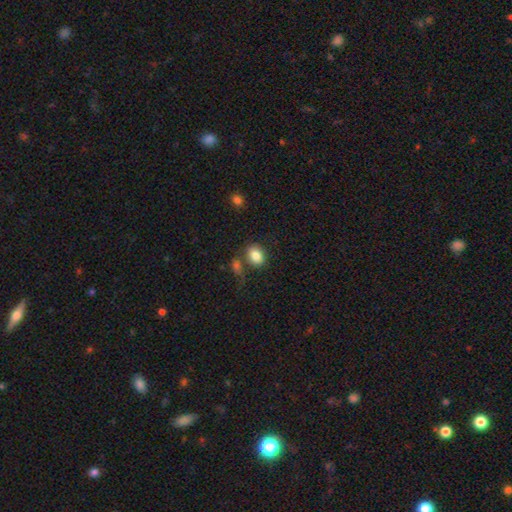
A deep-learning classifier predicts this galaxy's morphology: Overall: smooth (83%). How rounded: in between (64%; round 35%). Merging: none (65%).